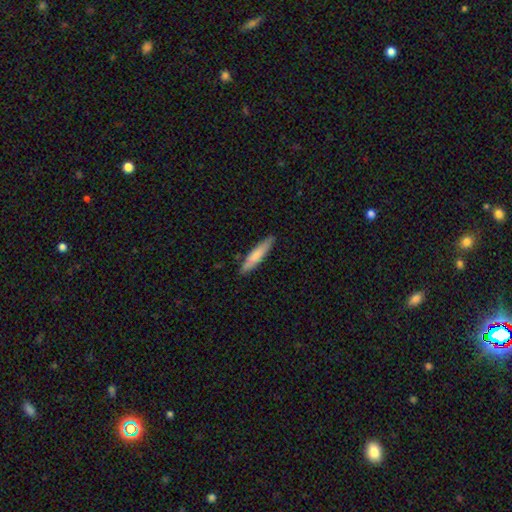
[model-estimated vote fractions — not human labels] Morphology: type=smooth (73%); roundness=cigar-shaped (86%); merging=none (87%).